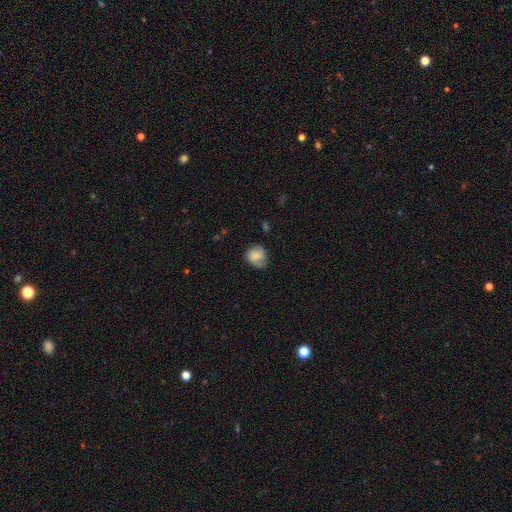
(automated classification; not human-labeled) smooth 59%, featured or disk 33%, star or artifact 8%. Down the decision tree: how rounded — round (72%); merging — none (58%).